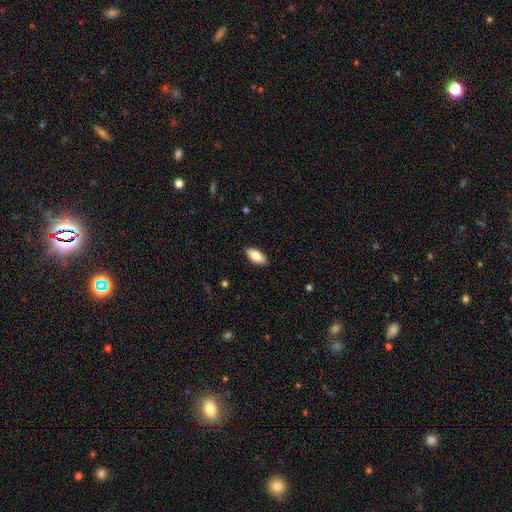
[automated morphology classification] The model was most divided on "smooth or featured": smooth: 82%, featured or disk: 12%, star or artifact: 6%. More confident: merging — none (89%); how rounded — in between (89%).